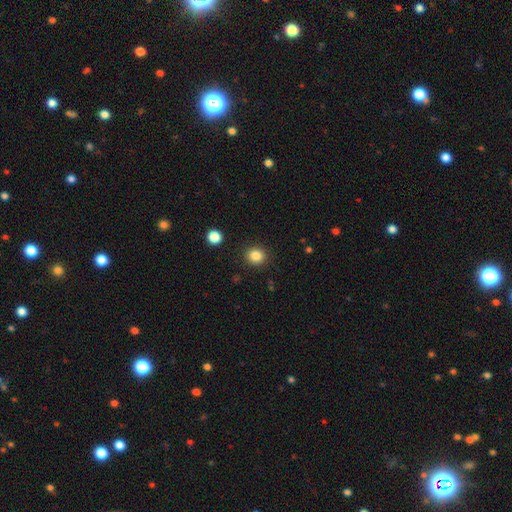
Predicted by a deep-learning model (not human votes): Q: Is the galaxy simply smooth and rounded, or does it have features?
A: smooth — 84%.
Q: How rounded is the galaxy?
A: round — 84%.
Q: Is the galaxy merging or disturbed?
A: none — 90%.